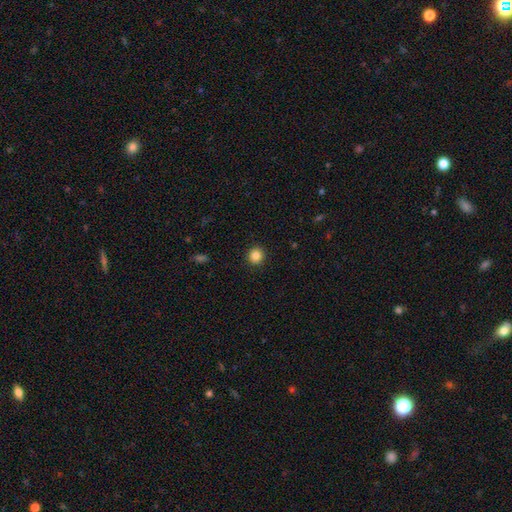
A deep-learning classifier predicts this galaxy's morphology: A smooth galaxy with no disk features (86%) that is round (93%). Merging: none (93%).